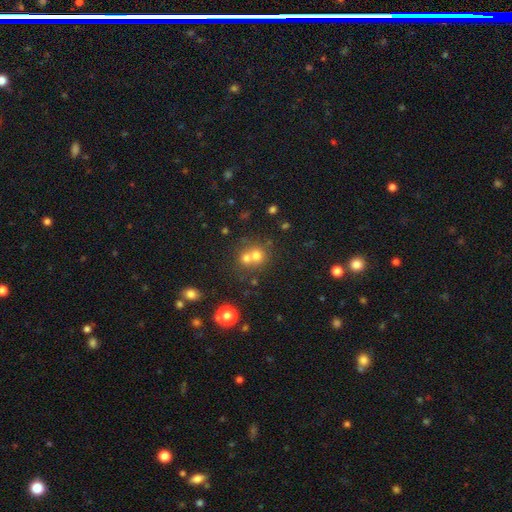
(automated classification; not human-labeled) Morphology: type=smooth (67%); roundness=round (84%); merging=merger (54%).